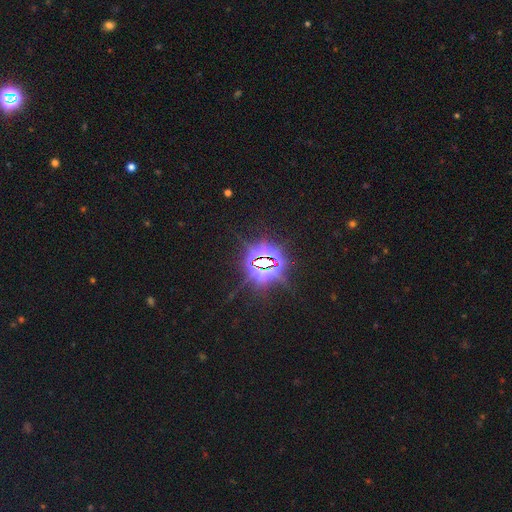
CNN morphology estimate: Q: Smooth or featured?
A: star or artifact (87%); runner-up: featured or disk (7%)